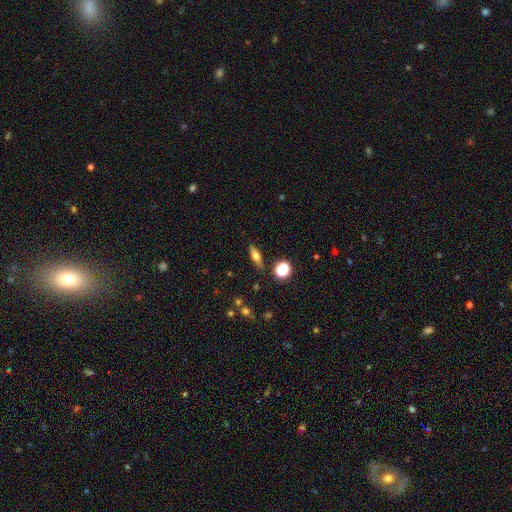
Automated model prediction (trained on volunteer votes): A smooth galaxy with no disk features (59%) that is in between round and cigar-shaped (53%). Merging: none (84%).